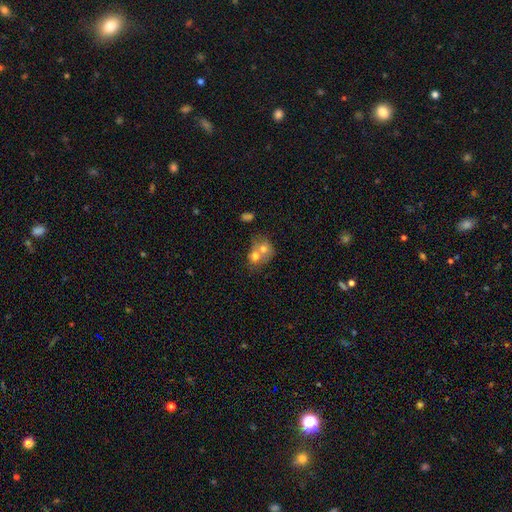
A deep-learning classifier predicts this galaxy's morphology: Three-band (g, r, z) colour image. It shows a smooth galaxy with no disk features (66%) that is round (62%). Merging: merger (70%).